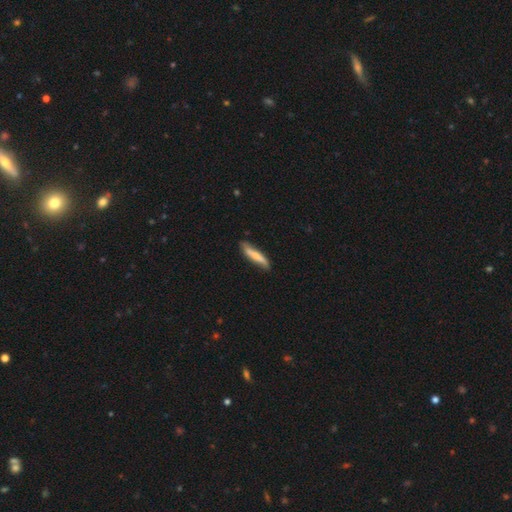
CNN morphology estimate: Smooth or featured? Predicted: smooth (p=0.61). How rounded? Predicted: cigar-shaped (p=0.85). Merging? Predicted: none (p=0.74).